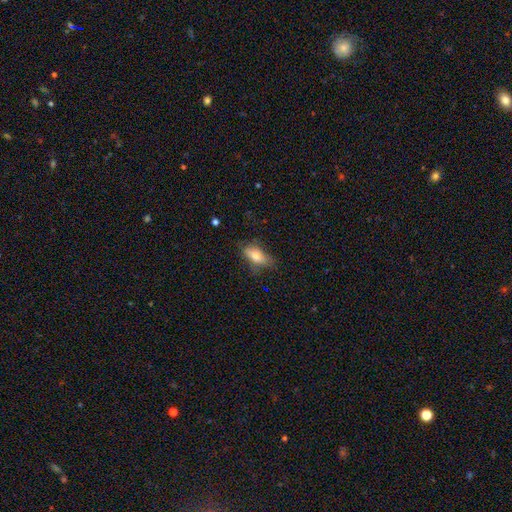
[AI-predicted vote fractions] smooth-or-featured: smooth: 75% | featured or disk: 16% | star or artifact: 8%
  how-rounded: in between: 82% | cigar-shaped: 13% | round: 5%
  merging: none: 58% | minor disturbance: 28% | major disturbance: 12% | merger: 2%